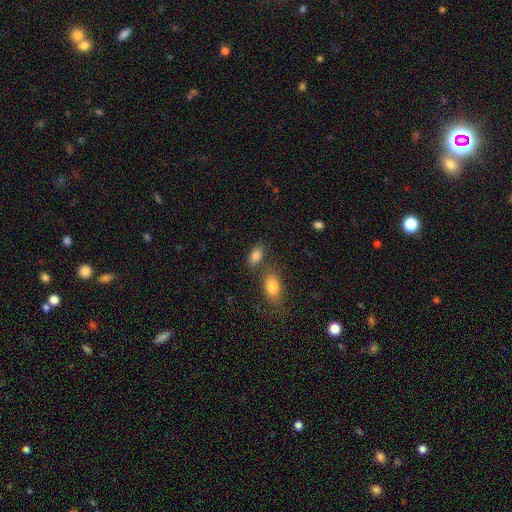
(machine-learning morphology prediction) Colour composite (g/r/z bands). It shows a smooth galaxy with no disk features (84%) that is in between round and cigar-shaped (89%). Merging: none (63%).